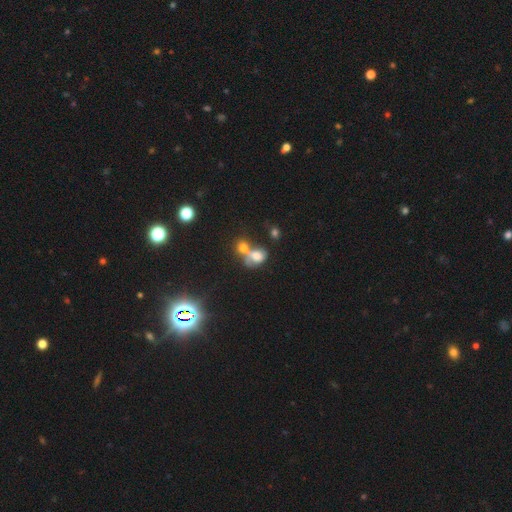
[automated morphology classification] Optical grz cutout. It shows a smooth galaxy with no disk features (63%) that is in between round and cigar-shaped (60%). Merging: merger (59%).